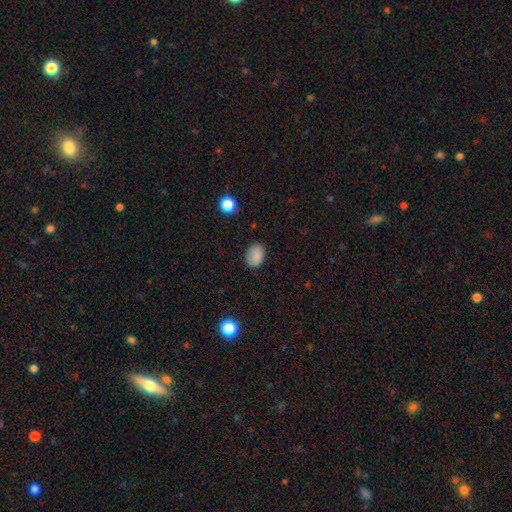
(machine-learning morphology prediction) Smooth or featured? Predicted: smooth (p=0.86). How rounded? Predicted: in between (p=0.73). Merging? Predicted: none (p=0.83).